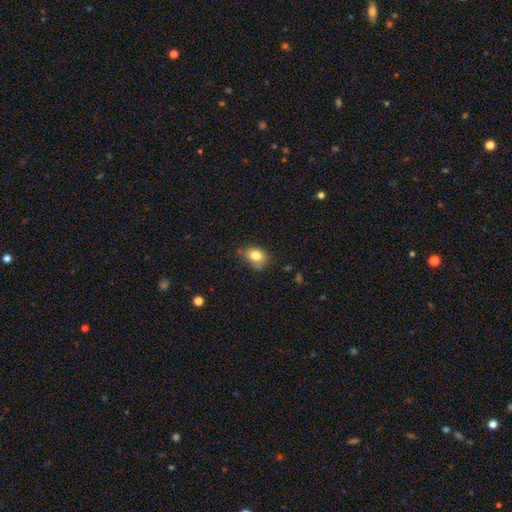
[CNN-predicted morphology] smooth_or_featured: smooth (p=0.82) [alt: star or artifact p=0.10]
how_rounded: in between (p=0.61) [alt: round p=0.38]
merging: none (p=0.67) [alt: minor disturbance p=0.25]